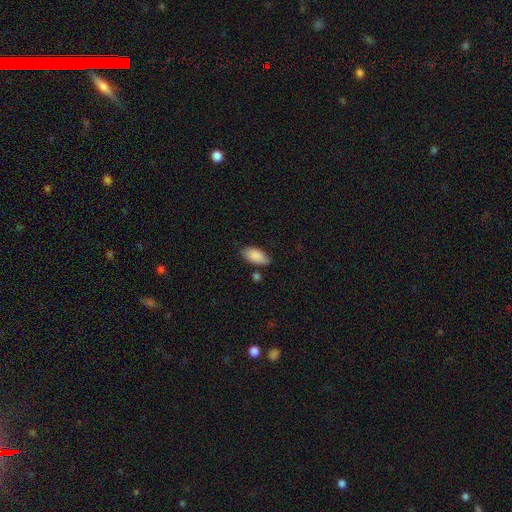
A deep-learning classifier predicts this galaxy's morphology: Overall: smooth (88%). How rounded: in between (93%). Merging: none (75%).